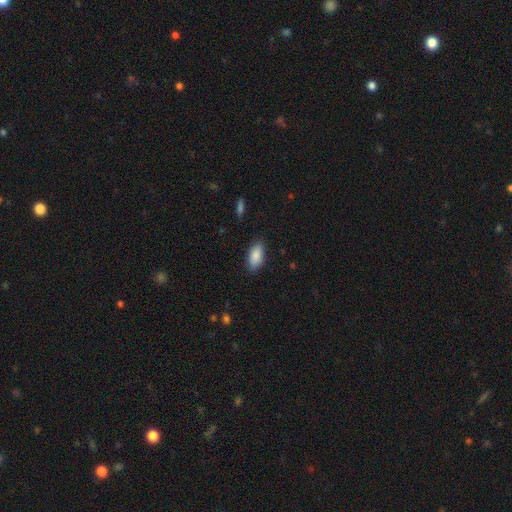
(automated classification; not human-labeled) smooth_or_featured: smooth (p=0.88) [alt: star or artifact p=0.06]
how_rounded: in between (p=0.91) [alt: cigar-shaped p=0.07]
merging: none (p=0.84) [alt: minor disturbance p=0.12]